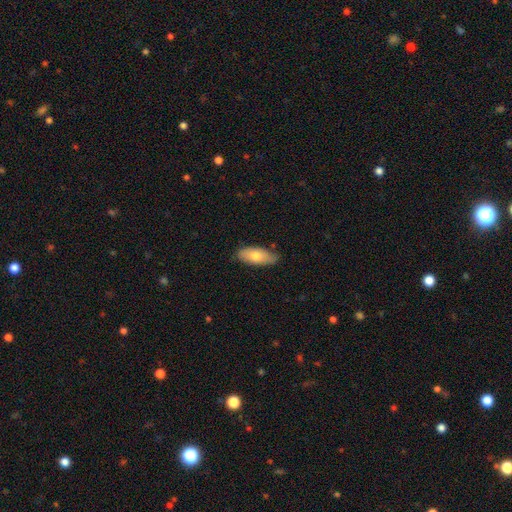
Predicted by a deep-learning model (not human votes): smooth_or_featured: smooth (p=0.73) [alt: featured or disk p=0.21]
how_rounded: in between (p=0.84) [alt: cigar-shaped p=0.13]
merging: none (p=0.77) [alt: minor disturbance p=0.19]